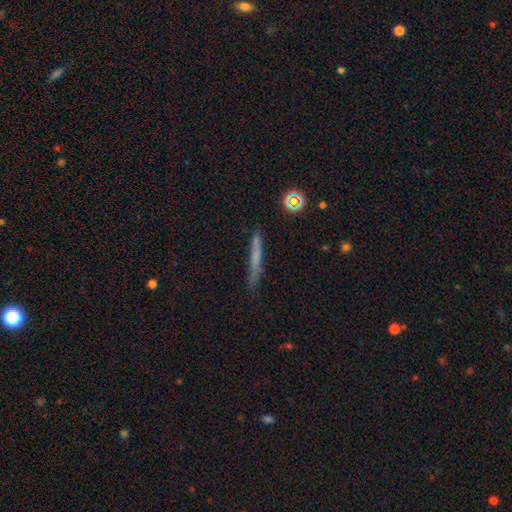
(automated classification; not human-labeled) Morphology: type=smooth (56%); roundness=cigar-shaped (94%); merging=none (76%).